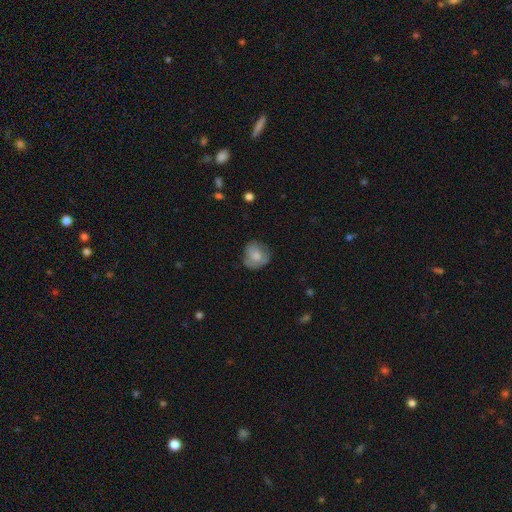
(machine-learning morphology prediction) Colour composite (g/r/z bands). It shows a smooth galaxy with no disk features (68%) that is round (77%). Merging: none (62%).